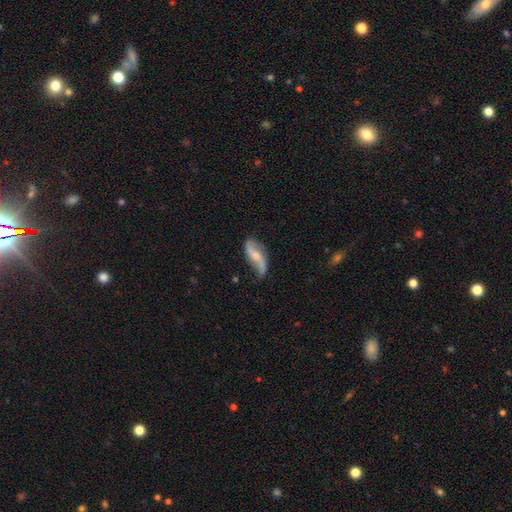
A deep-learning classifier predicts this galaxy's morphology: smooth_or_featured: featured or disk (p=0.74) [alt: smooth p=0.20]
disk_edge_on: no (p=0.91) [alt: yes p=0.09]
bar: no (p=0.44) [alt: weak p=0.36]
has_spiral_arms: yes (p=0.91) [alt: no p=0.09]
spiral_winding: loose (p=0.86) [alt: medium p=0.10]
spiral_arm_count: 2 (p=0.89) [alt: 1 p=0.05]
bulge_size: small (p=0.46) [alt: moderate p=0.44]
merging: none (p=0.60) [alt: minor disturbance p=0.27]